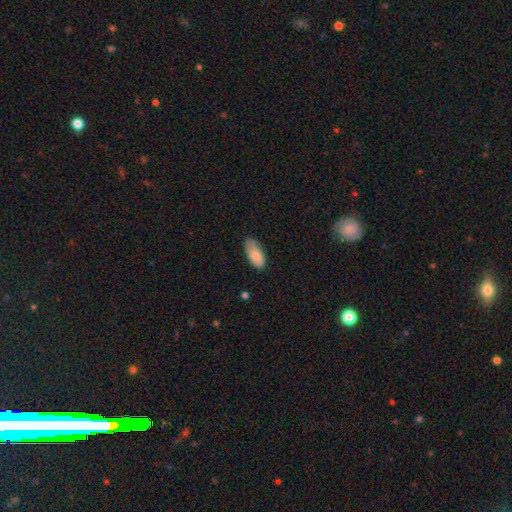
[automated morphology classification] Q: Smooth or featured?
A: smooth (85%); runner-up: featured or disk (9%)
Q: How rounded?
A: in between (88%); runner-up: cigar-shaped (10%)
Q: Merging?
A: none (67%); runner-up: minor disturbance (27%)